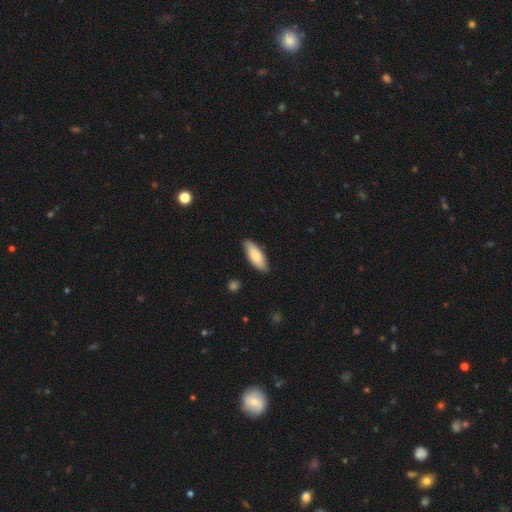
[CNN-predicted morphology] Smooth or featured? smooth (82%)
How rounded? in between (71%)
Merging? none (85%)